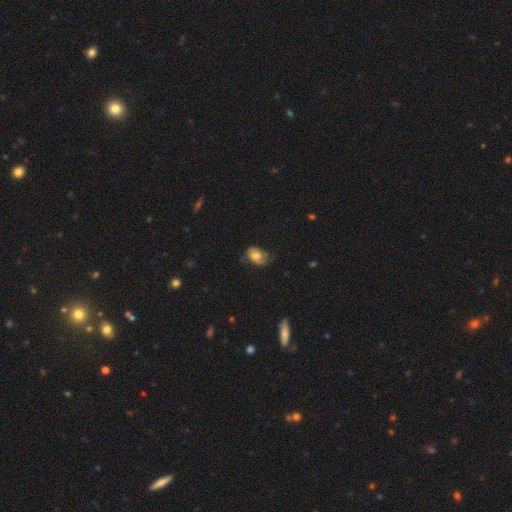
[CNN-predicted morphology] The model was most divided on "merging": none: 53%, minor disturbance: 32%, major disturbance: 13%, merger: 2%. More confident: how rounded — in between (79%); smooth or featured — smooth (58%).